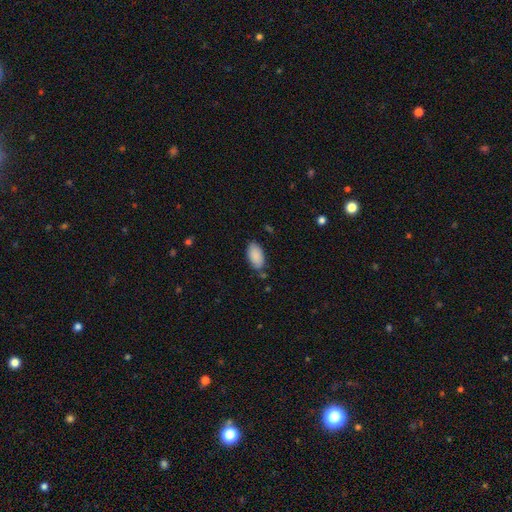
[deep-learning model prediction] A smooth galaxy with no disk features (89%) that is in between round and cigar-shaped (95%).

Vote fractions:
- Smooth or featured? smooth: 89% / star or artifact: 6% / featured or disk: 4%
- How rounded? in between: 95% / cigar-shaped: 3% / round: 2%
- Merging? none: 78% / minor disturbance: 16% / major disturbance: 3% / merger: 3%